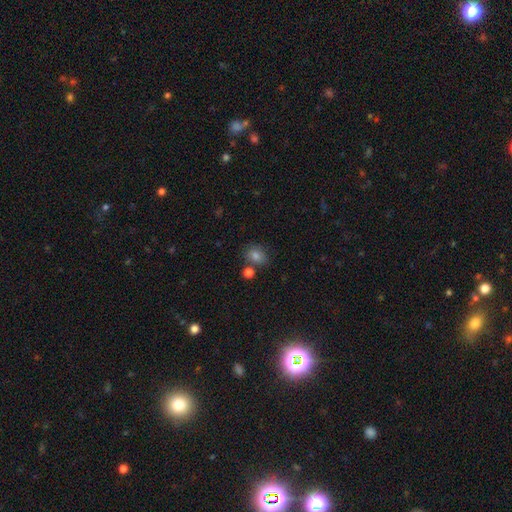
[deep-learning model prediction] smooth 80%, star or artifact 12%, featured or disk 8%. Down the decision tree: how rounded — round (52%); merging — none (69%).